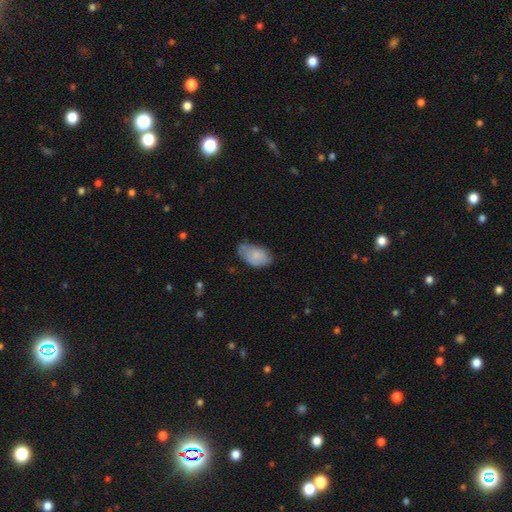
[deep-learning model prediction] This is likely a smooth galaxy (76%). How rounded: clearly in between (93%). Merging: possibly none (46%).